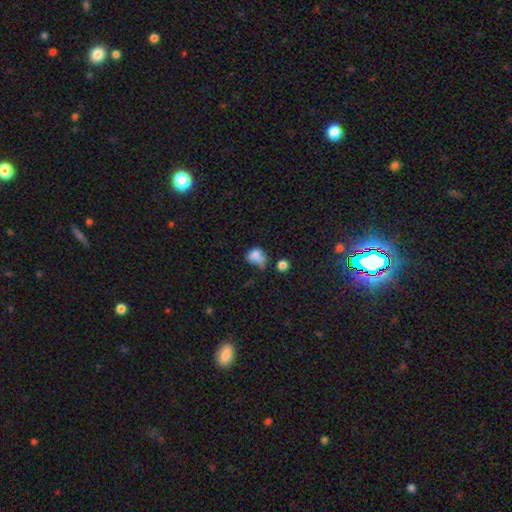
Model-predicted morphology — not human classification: smooth_or_featured: smooth (p=0.74) [alt: featured or disk p=0.14]
how_rounded: in between (p=0.63) [alt: round p=0.36]
merging: minor disturbance (p=0.29) [alt: major disturbance p=0.26]